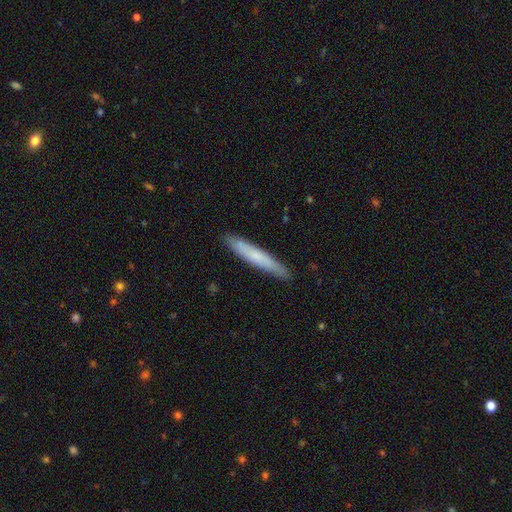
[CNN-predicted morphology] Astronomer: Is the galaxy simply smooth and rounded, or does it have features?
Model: smooth — 65%.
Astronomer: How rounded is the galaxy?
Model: cigar-shaped — 94%.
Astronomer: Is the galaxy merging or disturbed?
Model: none — 89%.